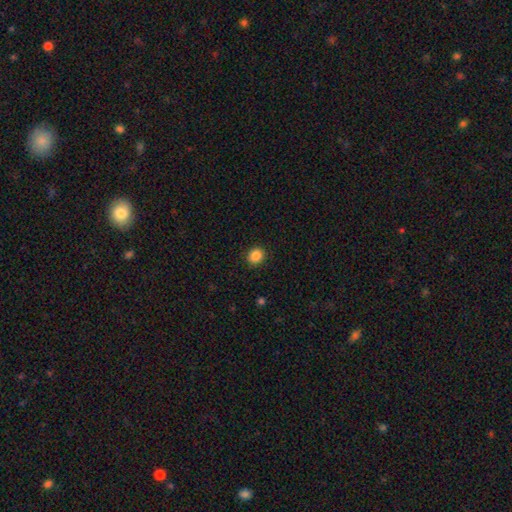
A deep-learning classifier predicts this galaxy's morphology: smooth 87%, star or artifact 10%, featured or disk 3%. Down the decision tree: how rounded — round (78%); merging — none (91%).